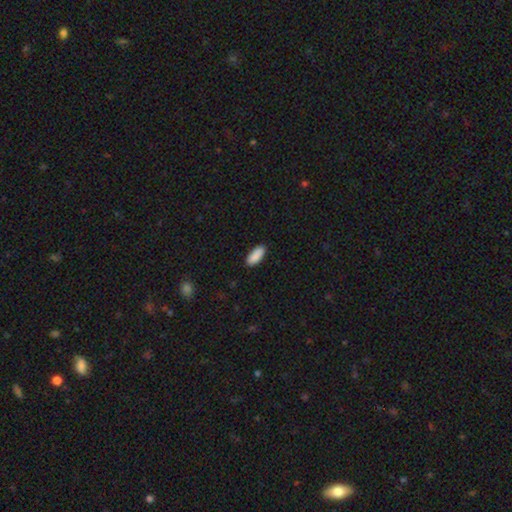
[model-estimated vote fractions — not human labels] Smooth or featured? smooth (90%)
How rounded? in between (80%)
Merging? none (88%)